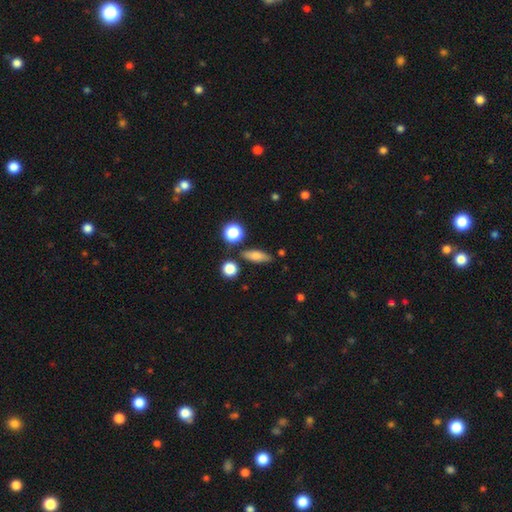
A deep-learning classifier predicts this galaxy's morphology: A smooth galaxy with no disk features (75%) that is in between round and cigar-shaped (55%).

Vote fractions:
- Smooth or featured? smooth: 75% / featured or disk: 16% / star or artifact: 10%
- How rounded? in between: 55% / cigar-shaped: 34% / round: 11%
- Merging? none: 80% / minor disturbance: 12% / merger: 5% / major disturbance: 3%